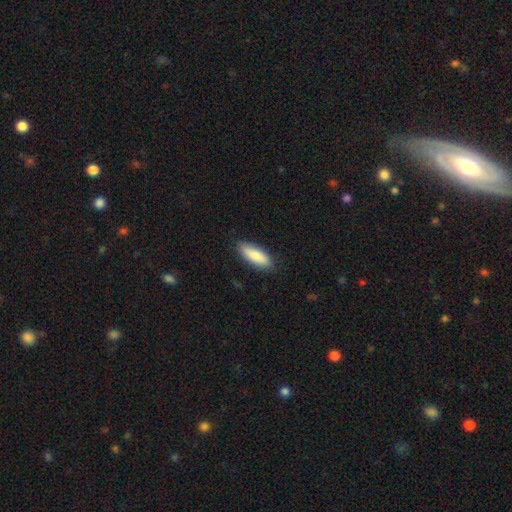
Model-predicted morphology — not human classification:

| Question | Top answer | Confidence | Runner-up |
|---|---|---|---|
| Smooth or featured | smooth | 83% | featured or disk (12%) |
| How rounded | in between | 65% | cigar-shaped (33%) |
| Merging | none | 85% | minor disturbance (12%) |